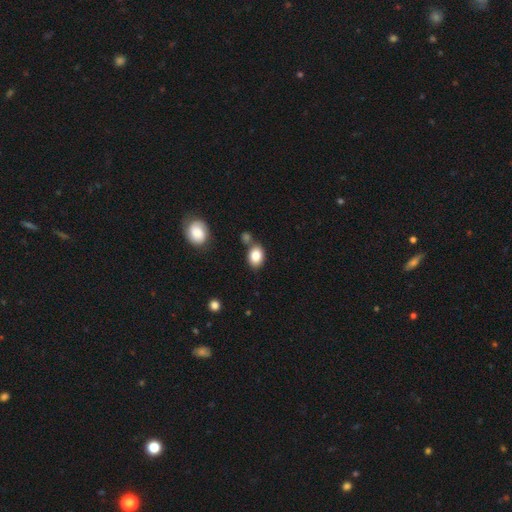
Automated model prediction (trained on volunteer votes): Smooth or featured?
  - smooth: 84% *
  - star or artifact: 8%
  - featured or disk: 8%
How rounded?
  - in between: 74% *
  - round: 25%
  - cigar-shaped: 1%
Merging?
  - none: 68% *
  - merger: 15%
  - minor disturbance: 14%
  - major disturbance: 4%